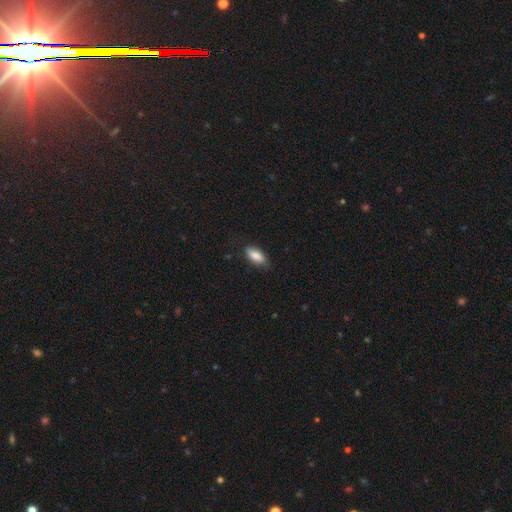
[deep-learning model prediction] This is clearly a smooth galaxy (86%). How rounded: clearly in between (84%). Merging: likely none (76%).